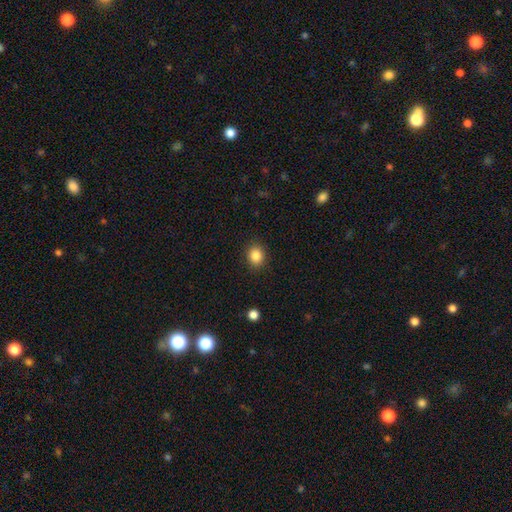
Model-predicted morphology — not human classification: A smooth galaxy with no disk features (85%) that is round (69%). Merging: none (89%).